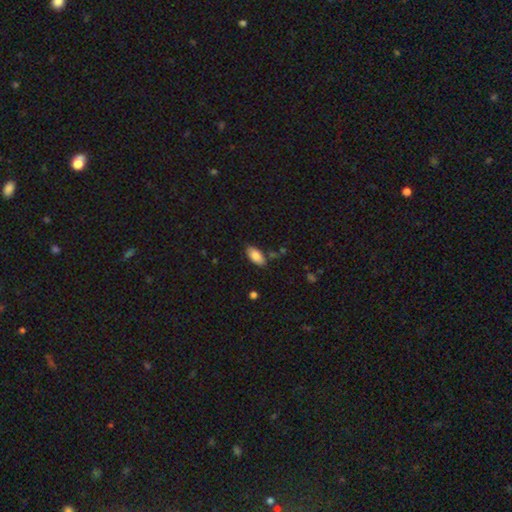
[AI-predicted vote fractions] smooth-or-featured: smooth: 85% | featured or disk: 8% | star or artifact: 7%
  how-rounded: in between: 92% | cigar-shaped: 6% | round: 2%
  merging: none: 78% | minor disturbance: 15% | merger: 3% | major disturbance: 3%